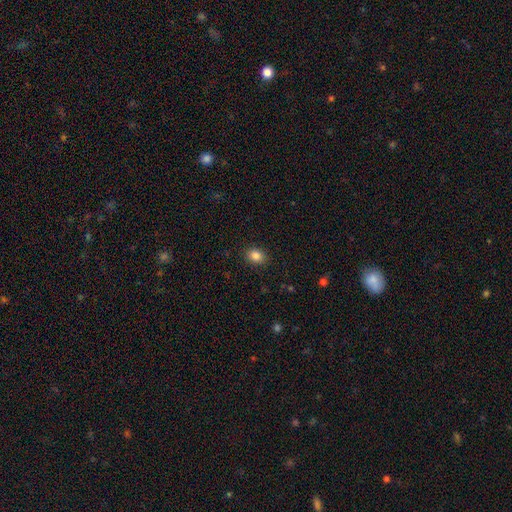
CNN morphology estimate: This is clearly a smooth galaxy (85%). How rounded: possibly in between (57%). Merging: clearly none (89%).